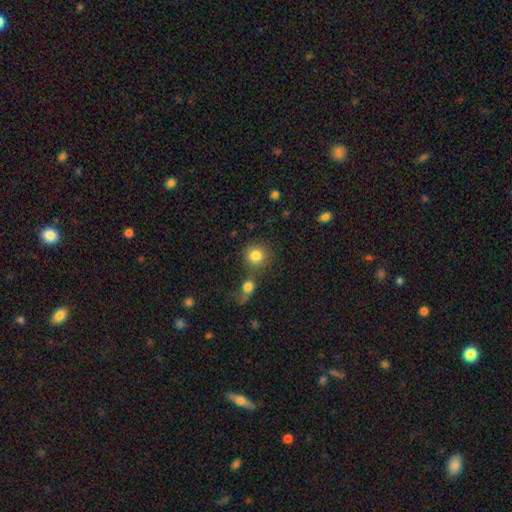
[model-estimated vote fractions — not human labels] smooth-or-featured: smooth: 83% | star or artifact: 10% | featured or disk: 7%
  how-rounded: round: 89% | in between: 10% | cigar-shaped: 1%
  merging: none: 62% | merger: 25% | minor disturbance: 8% | major disturbance: 5%